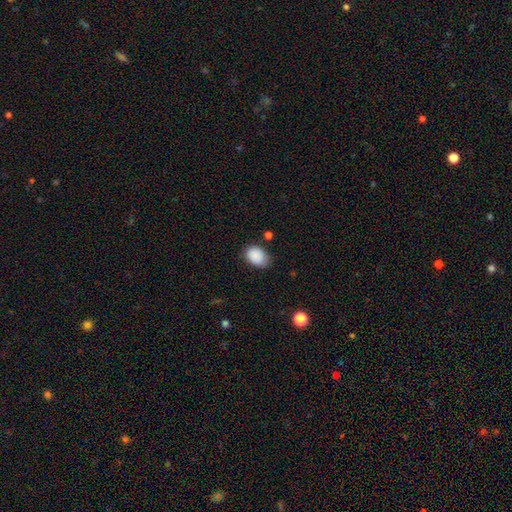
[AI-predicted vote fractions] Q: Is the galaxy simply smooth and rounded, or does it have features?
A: smooth — 89%.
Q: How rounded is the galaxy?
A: in between — 73%.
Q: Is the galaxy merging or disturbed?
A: none — 74%.